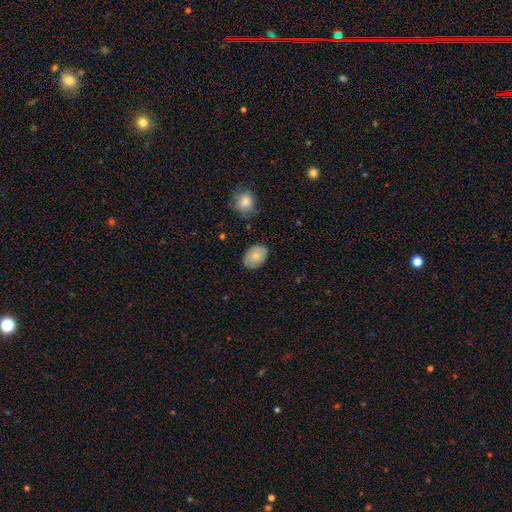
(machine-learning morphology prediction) Smooth or featured? smooth (80%)
How rounded? in between (79%)
Merging? none (82%)